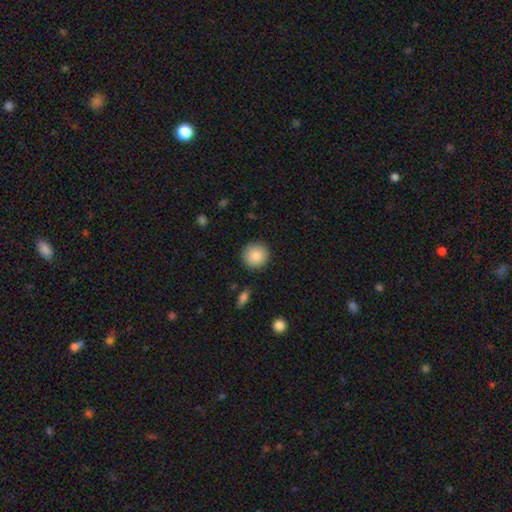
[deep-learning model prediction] smooth_or_featured: smooth (p=0.88) [alt: star or artifact p=0.08]
how_rounded: round (p=0.94) [alt: in between p=0.05]
merging: none (p=0.90) [alt: minor disturbance p=0.07]